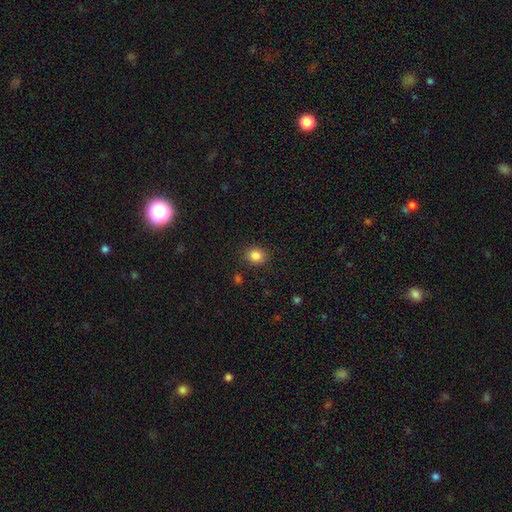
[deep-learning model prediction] Smooth or featured? Predicted: smooth (p=0.85). How rounded? Predicted: round (p=0.72). Merging? Predicted: none (p=0.88).